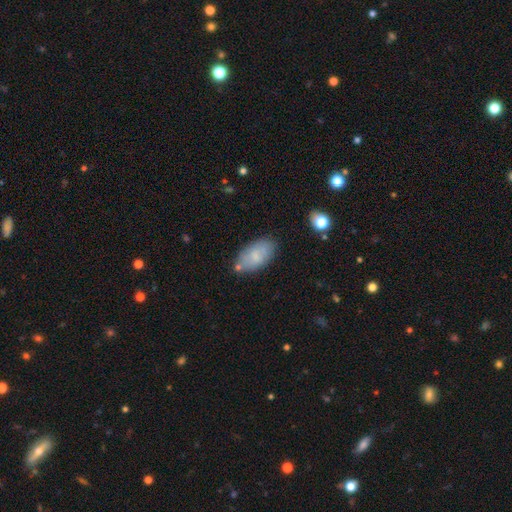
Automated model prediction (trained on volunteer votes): Smooth or featured? smooth (74%)
How rounded? in between (94%)
Merging? none (70%)